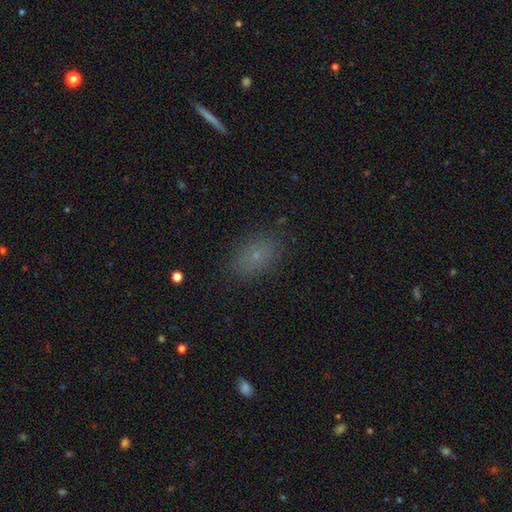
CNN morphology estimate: Q: Smooth or featured?
A: smooth (72%); runner-up: star or artifact (17%)
Q: How rounded?
A: in between (82%); runner-up: round (15%)
Q: Merging?
A: none (84%); runner-up: minor disturbance (11%)